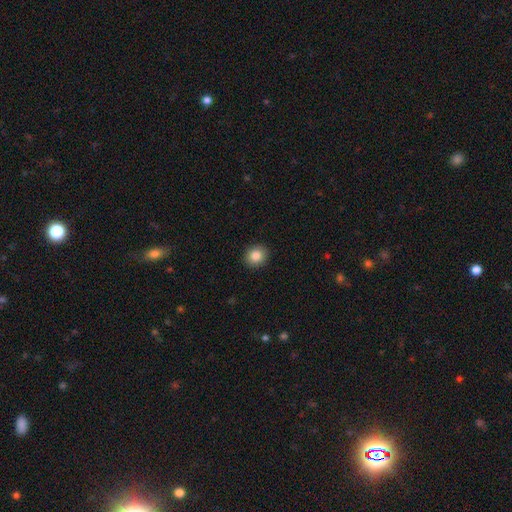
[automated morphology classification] A smooth galaxy with no disk features (86%) that is round (77%). Merging: none (92%).